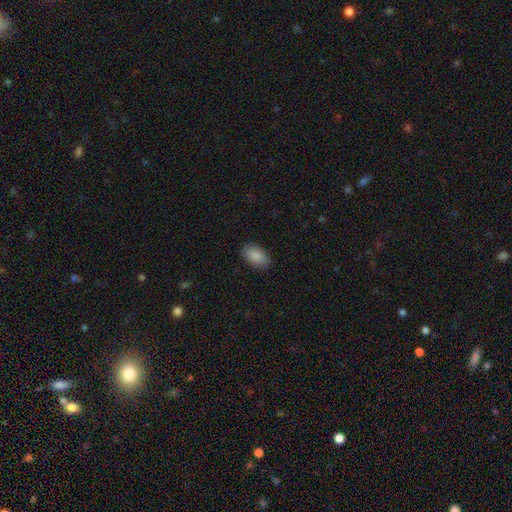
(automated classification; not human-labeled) Smooth or featured? Predicted: smooth (p=0.89). How rounded? Predicted: in between (p=0.94). Merging? Predicted: none (p=0.88).